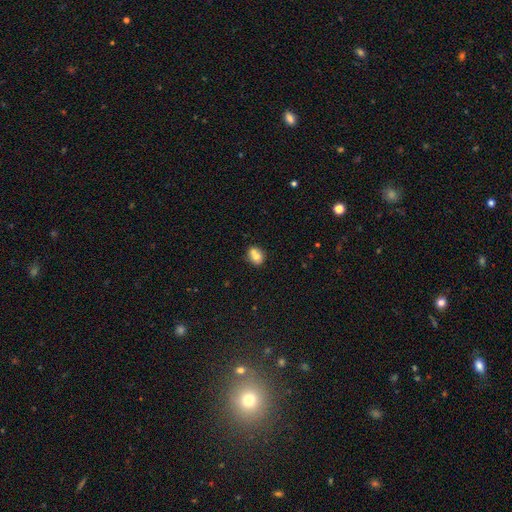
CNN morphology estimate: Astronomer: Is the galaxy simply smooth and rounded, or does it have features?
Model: smooth — 70%.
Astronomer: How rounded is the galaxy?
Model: round — 62%.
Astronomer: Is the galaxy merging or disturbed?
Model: merger — 46% (runner-up: none, 41%).